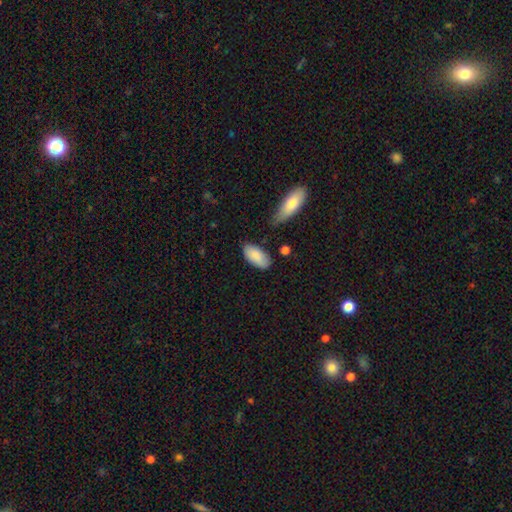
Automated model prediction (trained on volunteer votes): smooth-or-featured: smooth: 85% | featured or disk: 9% | star or artifact: 6%
  how-rounded: in between: 92% | cigar-shaped: 6% | round: 2%
  merging: none: 70% | minor disturbance: 21% | major disturbance: 4% | merger: 4%